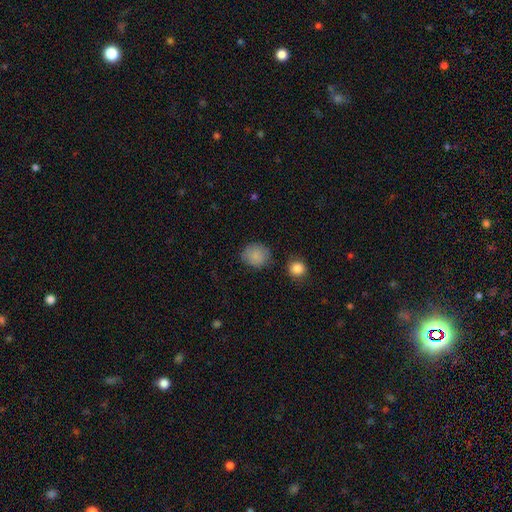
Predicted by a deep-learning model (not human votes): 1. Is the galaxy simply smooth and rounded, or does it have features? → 86% smooth, 9% star or artifact, 5% featured or disk.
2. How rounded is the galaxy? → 73% round, 26% in between, 1% cigar-shaped.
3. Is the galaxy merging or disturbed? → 78% none, 14% minor disturbance, 4% major disturbance, 4% merger.